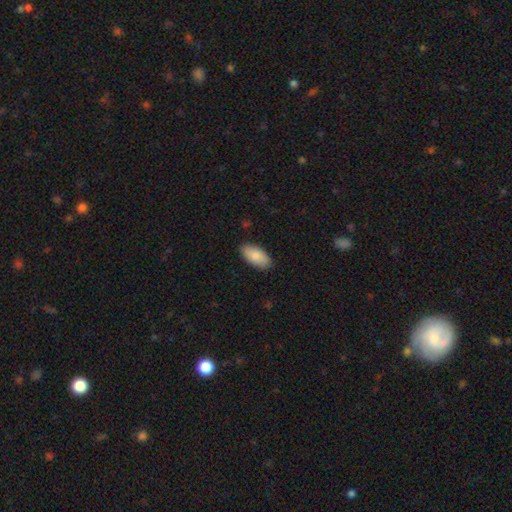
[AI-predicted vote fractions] This appears to be a smooth galaxy with no disk features (85%) that is in between round and cigar-shaped (93%). Merging: none (87%).